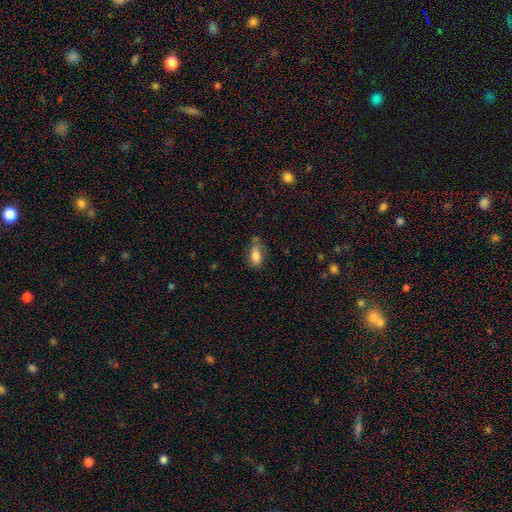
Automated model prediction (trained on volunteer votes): smooth 82%, featured or disk 10%, star or artifact 8%. Down the decision tree: how rounded — in between (87%); merging — none (59%).